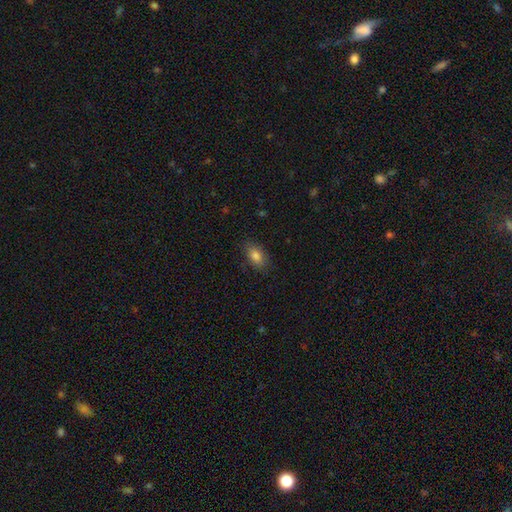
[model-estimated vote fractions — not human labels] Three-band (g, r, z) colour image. It shows a smooth galaxy with no disk features (83%) that is in between round and cigar-shaped (89%). Merging: none (84%).